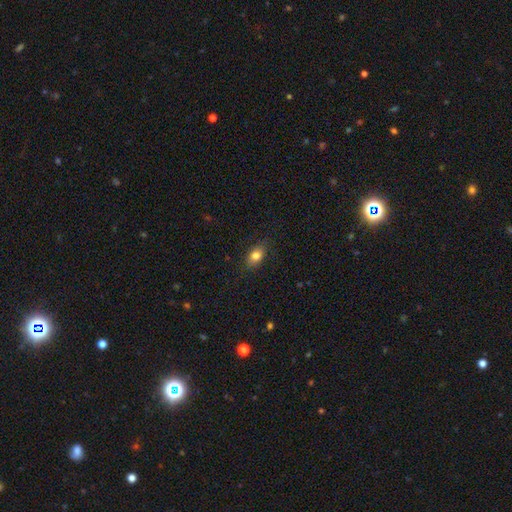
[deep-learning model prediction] Smooth or featured?
  - smooth: 82% *
  - featured or disk: 10%
  - star or artifact: 9%
How rounded?
  - in between: 84% *
  - round: 13%
  - cigar-shaped: 3%
Merging?
  - none: 85% *
  - minor disturbance: 11%
  - major disturbance: 3%
  - merger: 1%